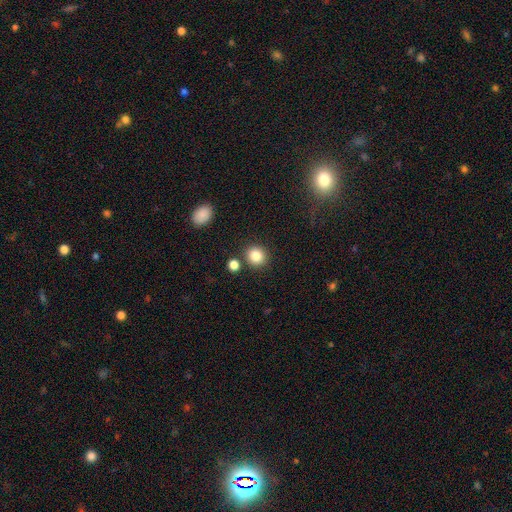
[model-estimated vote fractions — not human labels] smooth_or_featured: smooth (p=0.85) [alt: star or artifact p=0.10]
how_rounded: round (p=0.84) [alt: in between p=0.15]
merging: none (p=0.84) [alt: minor disturbance p=0.08]